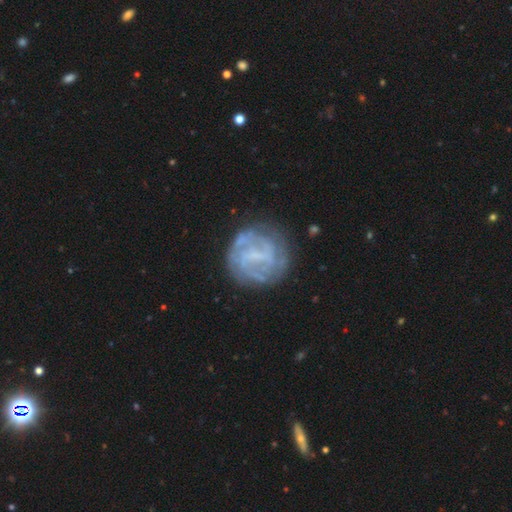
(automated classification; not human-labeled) featured or disk 76%, smooth 17%, star or artifact 8%. Down the decision tree: edge-on disk — no (98%); bar — weak (48%); spiral arms — yes (73%); spiral arm count — can't tell (43%); spiral winding — tight (48%); bulge size — none (48%); merging — none (74%).